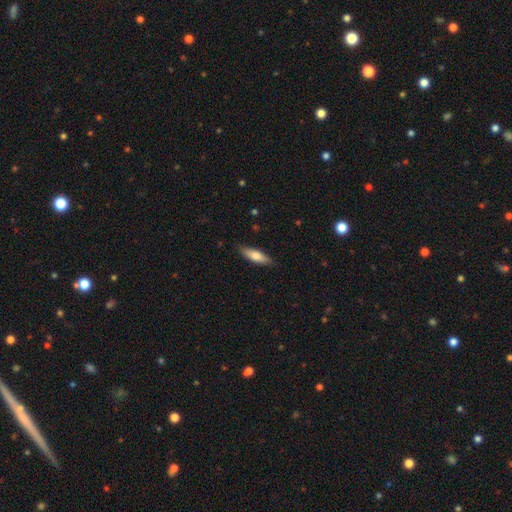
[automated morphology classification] smooth_or_featured: smooth (p=0.70) [alt: featured or disk p=0.24]
how_rounded: cigar-shaped (p=0.54) [alt: in between p=0.44]
merging: none (p=0.86) [alt: minor disturbance p=0.11]